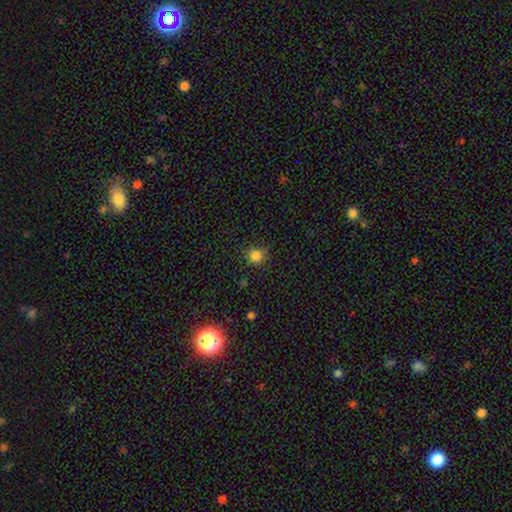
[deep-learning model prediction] Smooth or featured? smooth (83%)
How rounded? round (90%)
Merging? none (85%)